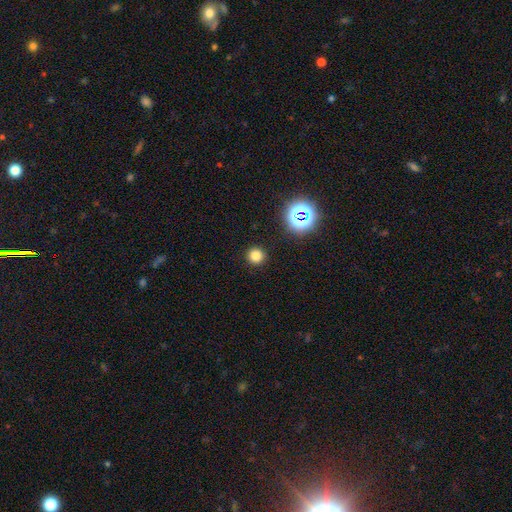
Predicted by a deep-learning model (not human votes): Q: Smooth or featured?
A: smooth (77%); runner-up: star or artifact (18%)
Q: How rounded?
A: round (95%); runner-up: in between (4%)
Q: Merging?
A: none (92%); runner-up: minor disturbance (5%)